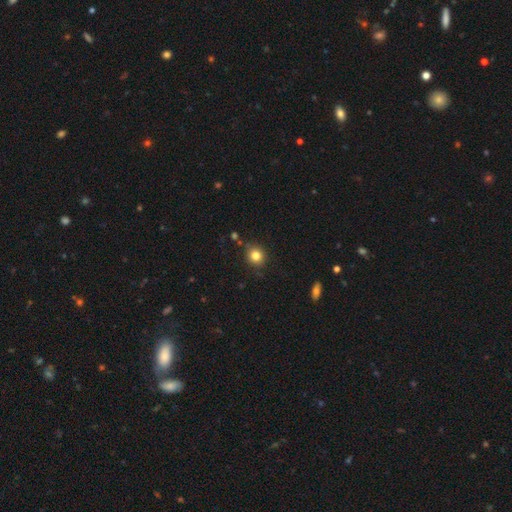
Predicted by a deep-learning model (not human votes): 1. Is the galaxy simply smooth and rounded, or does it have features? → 82% smooth, 12% star or artifact, 7% featured or disk.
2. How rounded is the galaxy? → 82% round, 17% in between, 1% cigar-shaped.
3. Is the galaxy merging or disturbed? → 81% none, 13% minor disturbance, 3% merger, 3% major disturbance.